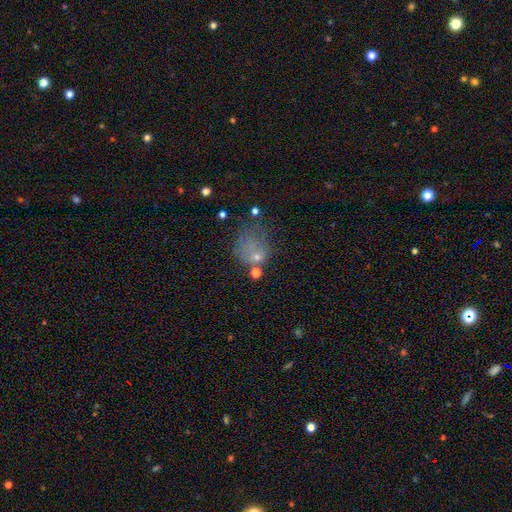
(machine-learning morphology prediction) smooth_or_featured: smooth (p=0.60) [alt: featured or disk p=0.22]
how_rounded: round (p=0.58) [alt: in between p=0.41]
merging: major disturbance (p=0.35) [alt: none p=0.30]